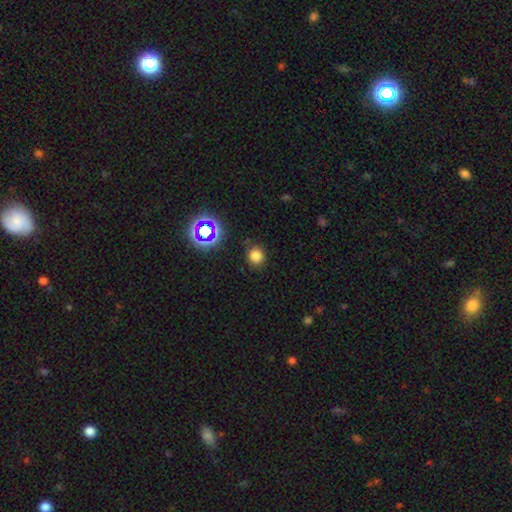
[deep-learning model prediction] Smooth or featured? smooth (76%)
How rounded? round (87%)
Merging? none (86%)